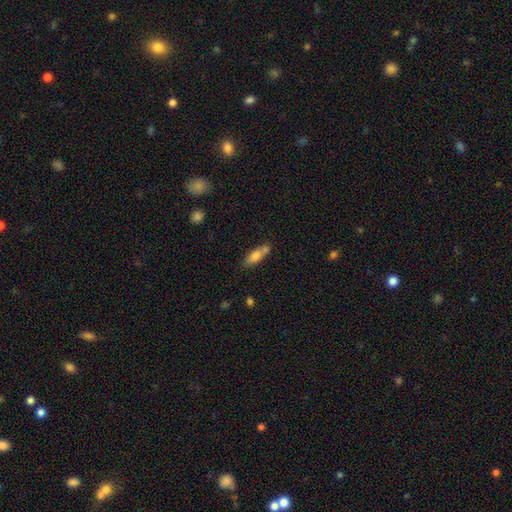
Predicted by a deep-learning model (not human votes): This is likely a smooth galaxy (73%). How rounded: possibly in between (57%). Merging: possibly none (57%).